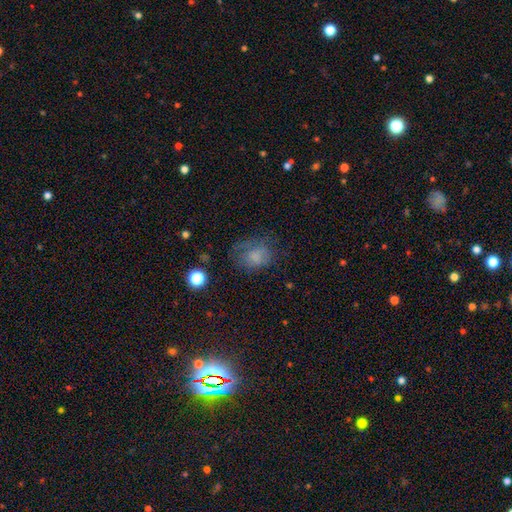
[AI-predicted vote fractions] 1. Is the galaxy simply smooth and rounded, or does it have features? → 66% smooth, 19% featured or disk, 15% star or artifact.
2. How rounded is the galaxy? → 51% in between, 48% round, 1% cigar-shaped.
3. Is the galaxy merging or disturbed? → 48% none, 26% minor disturbance, 23% major disturbance, 2% merger.